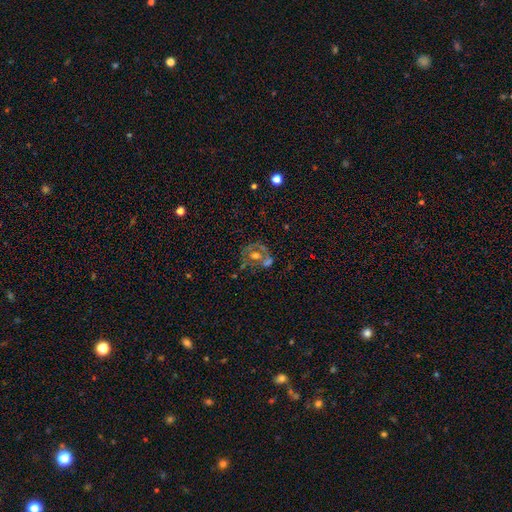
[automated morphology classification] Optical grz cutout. It shows a featured or disk galaxy (65%) with no bar (80%), no spiral arms (62%) and a moderate central bulge (65%). Merging: none (43%).